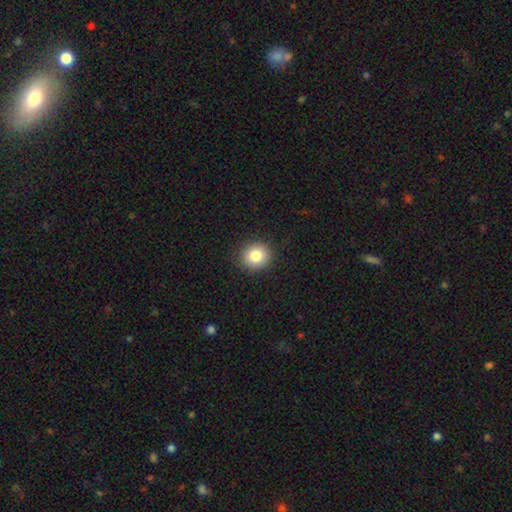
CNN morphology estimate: Q: Smooth or featured?
A: smooth (83%); runner-up: star or artifact (10%)
Q: How rounded?
A: round (85%); runner-up: in between (14%)
Q: Merging?
A: none (91%); runner-up: minor disturbance (6%)